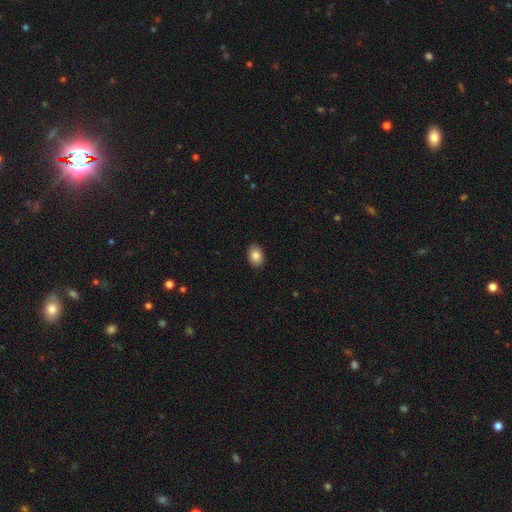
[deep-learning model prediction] A smooth galaxy with no disk features (86%) that is in between round and cigar-shaped (73%). Merging: none (89%).